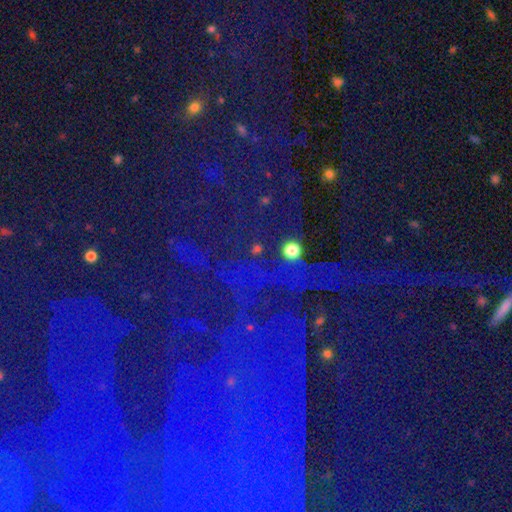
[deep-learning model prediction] Smooth or featured: star or artifact — 82% (smooth — 9%)